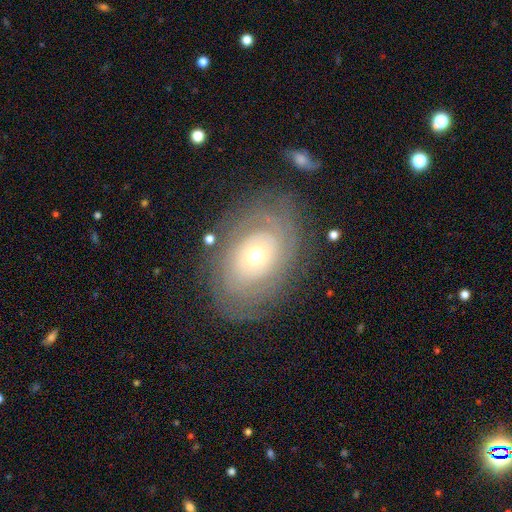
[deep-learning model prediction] The model was most divided on "bulge size": moderate: 49%, small: 45%, large: 4%, dominant: 1%, none: 1%. More confident: edge-on disk — no (95%); bar — no (86%); spiral winding — tight (80%); spiral arms — yes (79%); merging — none (77%); smooth or featured — featured or disk (74%); spiral arm count — can't tell (50%).